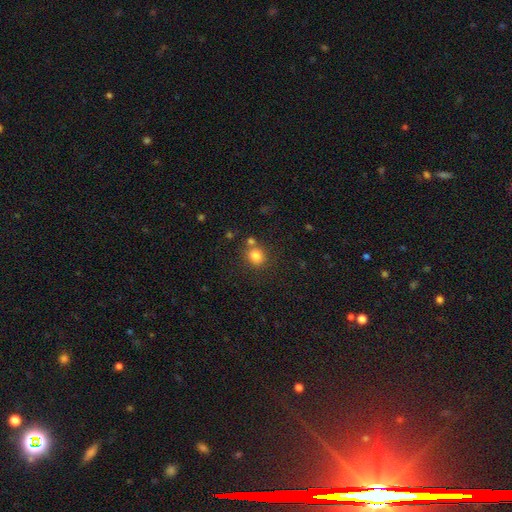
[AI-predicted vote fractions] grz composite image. It shows a smooth galaxy with no disk features (82%) that is round (81%). Merging: none (72%).